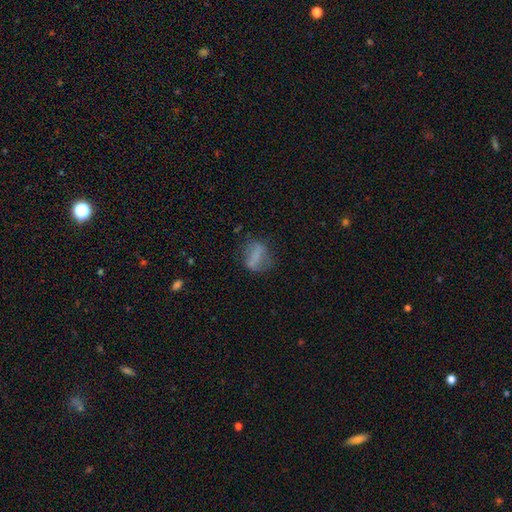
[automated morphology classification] Overall: smooth (56%; featured or disk 32%). How rounded: in between (61%; round 23%). Merging: none (57%; minor disturbance 23%).